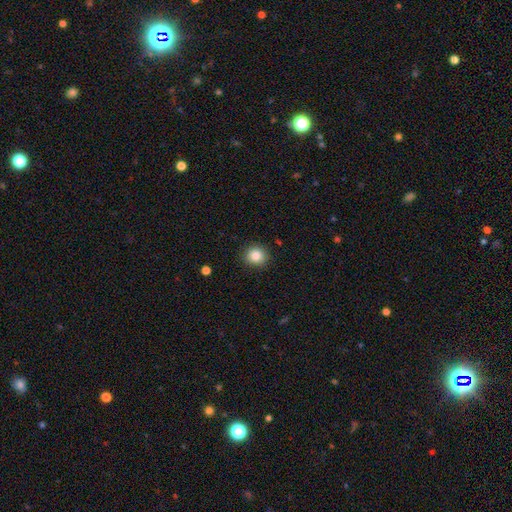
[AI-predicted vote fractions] Overall: smooth (85%). How rounded: round (86%). Merging: none (90%).